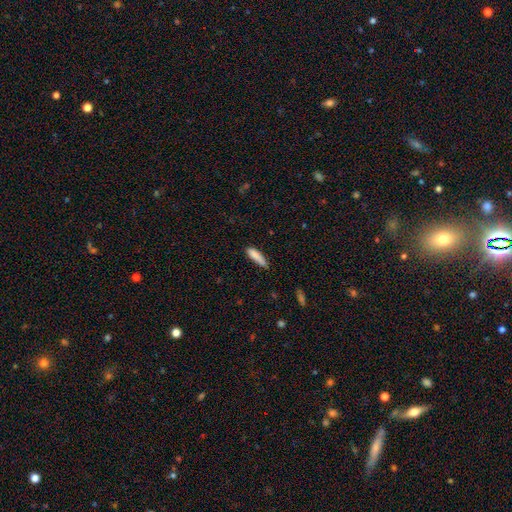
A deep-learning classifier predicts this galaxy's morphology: Smooth or featured: smooth — 85% (featured or disk — 8%)
How rounded: cigar-shaped — 72% (in between — 27%)
Merging: none — 65% (minor disturbance — 27%)